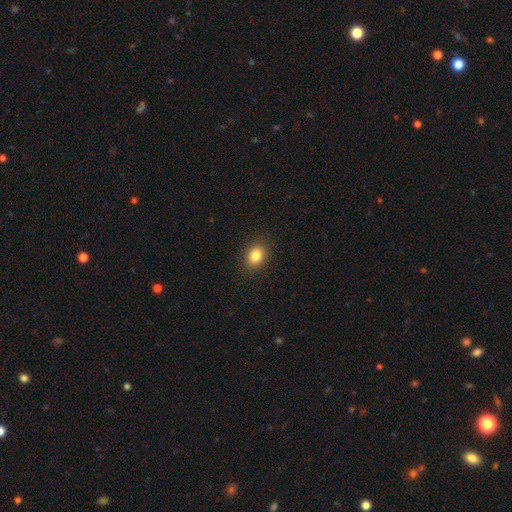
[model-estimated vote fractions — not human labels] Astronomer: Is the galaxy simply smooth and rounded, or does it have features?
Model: smooth — 84%.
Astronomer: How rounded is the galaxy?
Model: round — 50% (runner-up: in between, 49%).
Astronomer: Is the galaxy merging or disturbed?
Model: none — 89%.